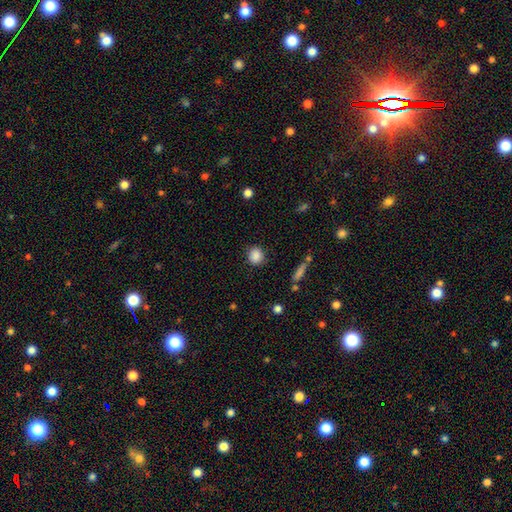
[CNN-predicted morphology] Smooth or featured?
  - smooth: 87% *
  - star or artifact: 9%
  - featured or disk: 4%
How rounded?
  - round: 83% *
  - in between: 16%
  - cigar-shaped: 1%
Merging?
  - none: 86% *
  - minor disturbance: 10%
  - major disturbance: 3%
  - merger: 2%